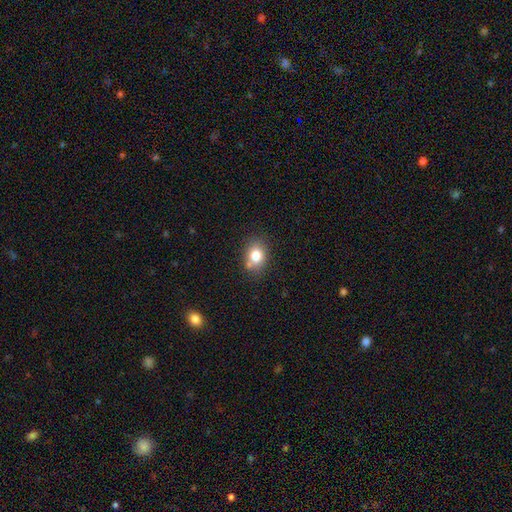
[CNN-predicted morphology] The model was most divided on "how rounded": in between: 54%, round: 45%, cigar-shaped: 1%. More confident: smooth or featured — smooth (80%); merging — none (72%).